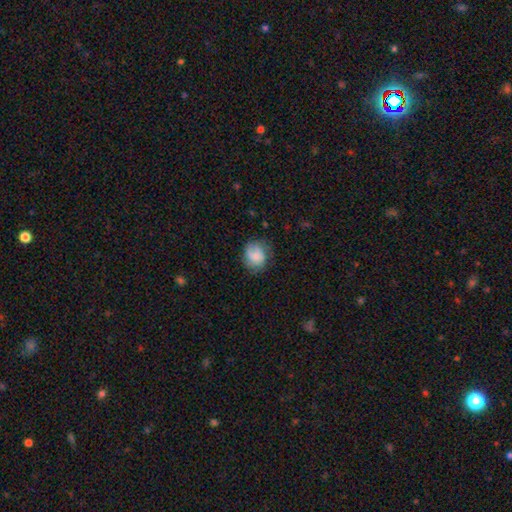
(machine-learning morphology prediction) A smooth galaxy with no disk features (67%) that is round (71%).

Vote fractions:
- Smooth or featured? smooth: 67% / featured or disk: 25% / star or artifact: 8%
- How rounded? round: 71% / in between: 28% / cigar-shaped: 1%
- Merging? none: 65% / minor disturbance: 24% / major disturbance: 10% / merger: 1%